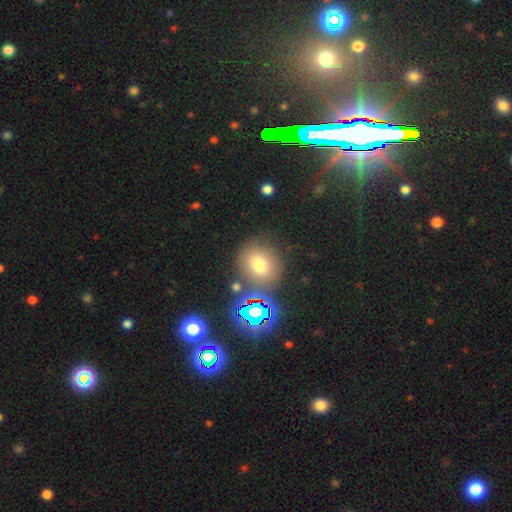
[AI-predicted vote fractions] Smooth or featured?
  - smooth: 50% *
  - star or artifact: 37%
  - featured or disk: 13%
Merging?
  - none: 83% *
  - minor disturbance: 9%
  - merger: 5%
  - major disturbance: 4%